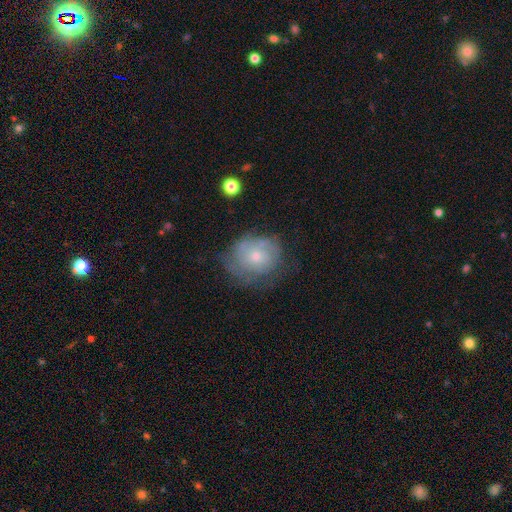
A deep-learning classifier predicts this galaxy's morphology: Q: Smooth or featured?
A: featured or disk (58%); runner-up: smooth (34%)
Q: Edge-on disk?
A: no (97%); runner-up: yes (3%)
Q: Bar?
A: no (83%); runner-up: weak (15%)
Q: Spiral arms?
A: yes (74%); runner-up: no (26%)
Q: Bulge size?
A: small (62%); runner-up: moderate (33%)
Q: Merging?
A: none (59%); runner-up: minor disturbance (26%)